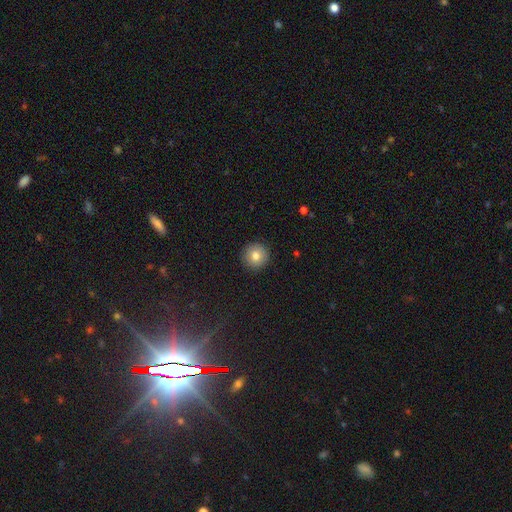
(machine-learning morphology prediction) Overall: smooth (79%). How rounded: round (95%). Merging: none (92%).